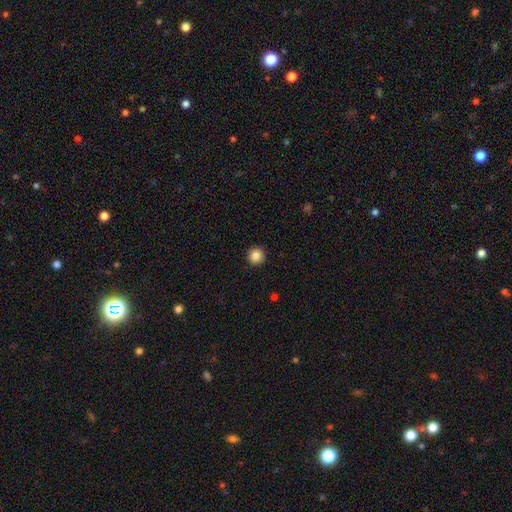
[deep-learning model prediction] Smooth or featured?
  - smooth: 86% *
  - star or artifact: 10%
  - featured or disk: 4%
How rounded?
  - round: 96% *
  - in between: 3%
  - cigar-shaped: 1%
Merging?
  - none: 93% *
  - minor disturbance: 5%
  - major disturbance: 2%
  - merger: 1%